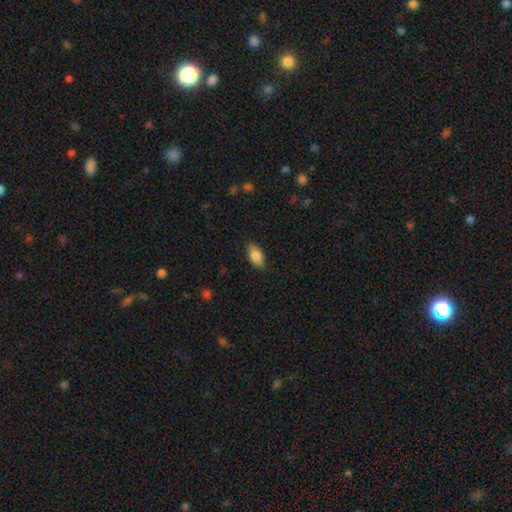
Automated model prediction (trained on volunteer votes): smooth_or_featured: smooth (p=0.84) [alt: featured or disk p=0.10]
how_rounded: in between (p=0.90) [alt: cigar-shaped p=0.07]
merging: none (p=0.87) [alt: minor disturbance p=0.10]